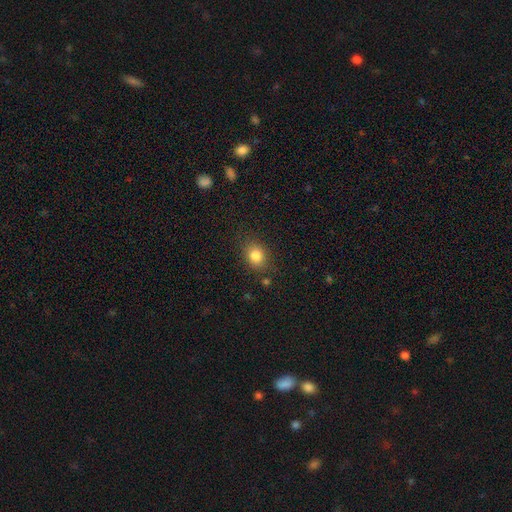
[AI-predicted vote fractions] The model was most divided on "how rounded": in between: 50%, round: 49%, cigar-shaped: 1%. More confident: smooth or featured — smooth (82%); merging — none (81%).